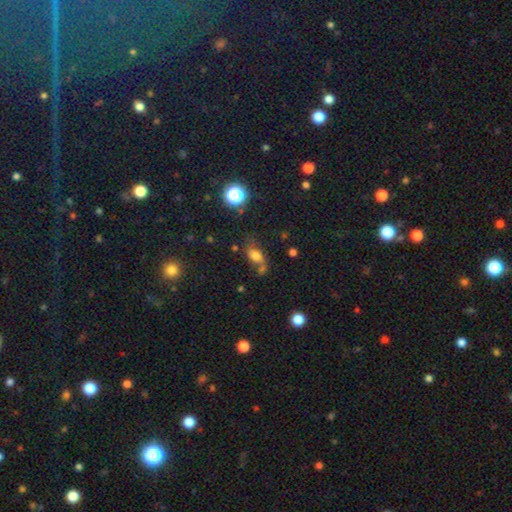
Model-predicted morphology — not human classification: A smooth galaxy with no disk features (67%) that is in between round and cigar-shaped (76%). Merging: none (47%).